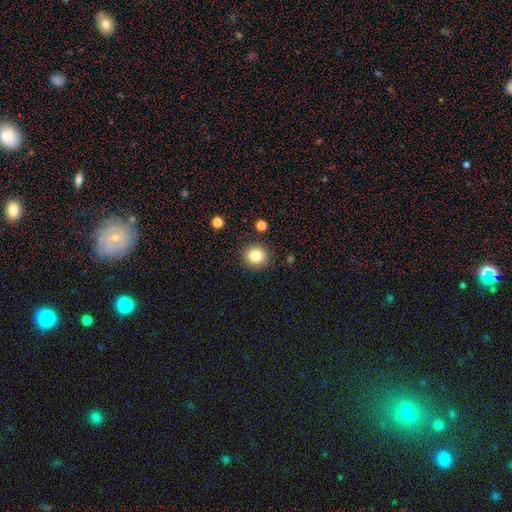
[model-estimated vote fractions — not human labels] Smooth or featured? Predicted: smooth (p=0.82). How rounded? Predicted: round (p=0.88). Merging? Predicted: none (p=0.89).